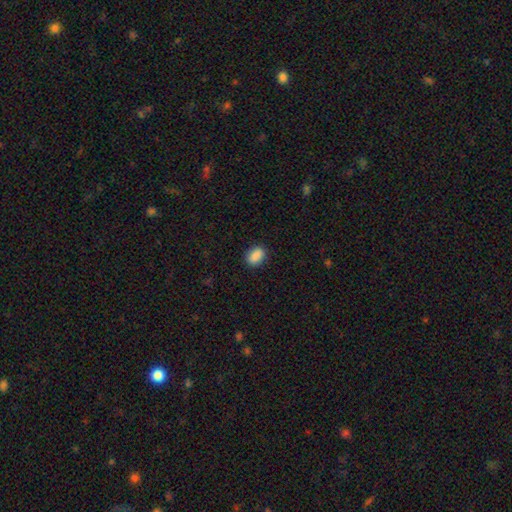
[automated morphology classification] A smooth galaxy with no disk features (89%) that is in between round and cigar-shaped (80%).

Vote fractions:
- Smooth or featured? smooth: 89% / star or artifact: 8% / featured or disk: 3%
- How rounded? in between: 80% / round: 18% / cigar-shaped: 2%
- Merging? none: 88% / minor disturbance: 9% / major disturbance: 2% / merger: 1%